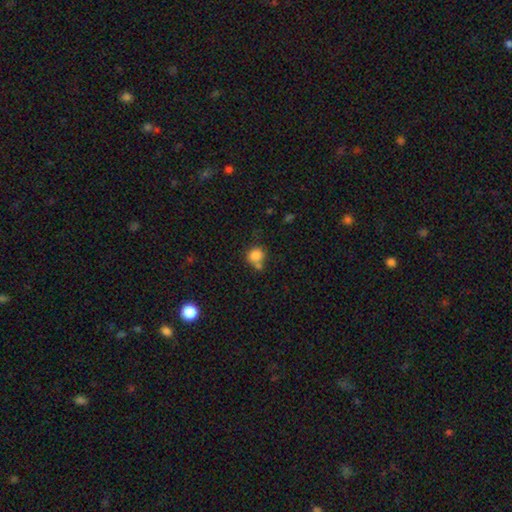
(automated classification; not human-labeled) The model was most divided on "merging": none: 53%, merger: 30%, minor disturbance: 13%, major disturbance: 5%. More confident: smooth or featured — smooth (82%); how rounded — round (80%).